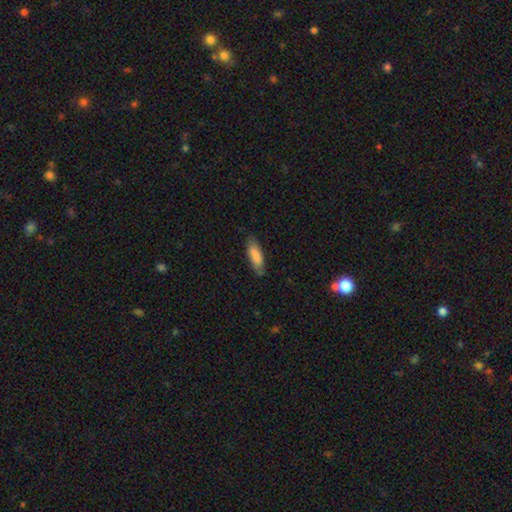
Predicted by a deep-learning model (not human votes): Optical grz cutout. It shows a smooth galaxy with no disk features (83%) that is in between round and cigar-shaped (55%). Merging: none (77%).